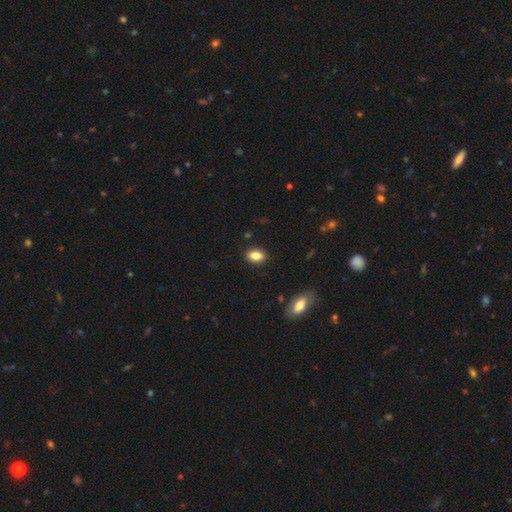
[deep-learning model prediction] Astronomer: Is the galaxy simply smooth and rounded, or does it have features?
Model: smooth — 84%.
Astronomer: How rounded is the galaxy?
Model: in between — 82%.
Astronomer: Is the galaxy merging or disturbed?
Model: none — 88%.